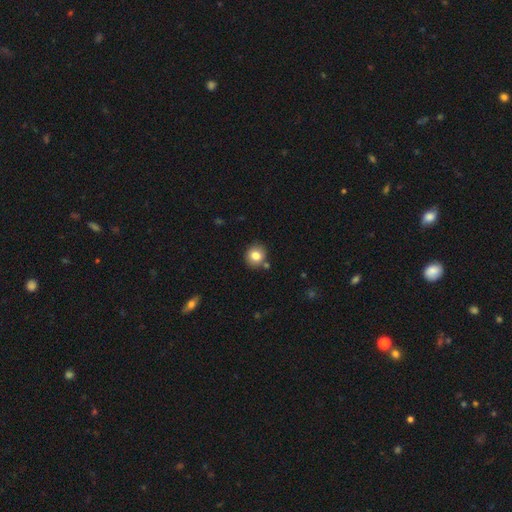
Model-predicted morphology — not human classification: A smooth galaxy with no disk features (80%) that is round (86%). Merging: none (81%).